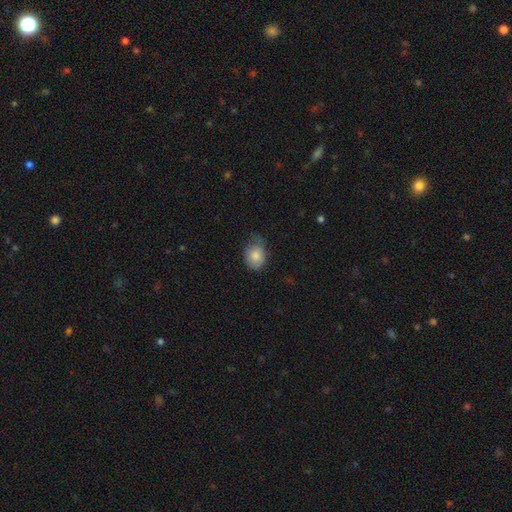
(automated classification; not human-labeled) Smooth or featured?
  - smooth: 83% *
  - featured or disk: 9%
  - star or artifact: 8%
How rounded?
  - in between: 58% *
  - round: 41%
  - cigar-shaped: 1%
Merging?
  - none: 46% *
  - minor disturbance: 41%
  - major disturbance: 11%
  - merger: 2%